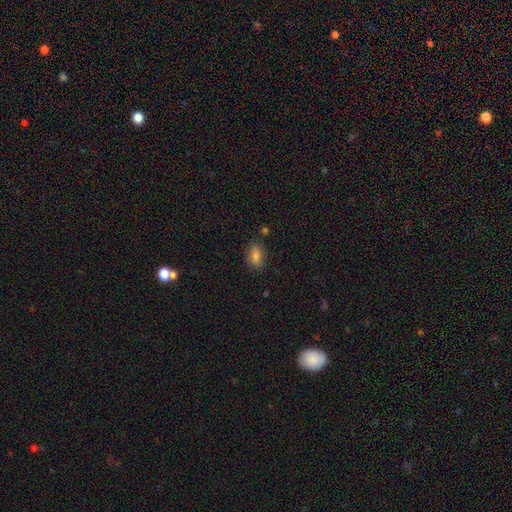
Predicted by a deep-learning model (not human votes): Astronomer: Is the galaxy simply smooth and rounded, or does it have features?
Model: smooth — 80%.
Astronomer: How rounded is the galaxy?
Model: in between — 85%.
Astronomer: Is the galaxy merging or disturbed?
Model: none — 82%.